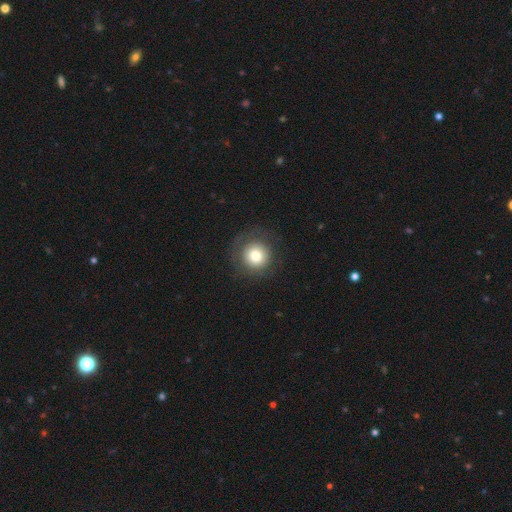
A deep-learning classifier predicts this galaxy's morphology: type=smooth (75%); roundness=round (95%); merging=none (81%).